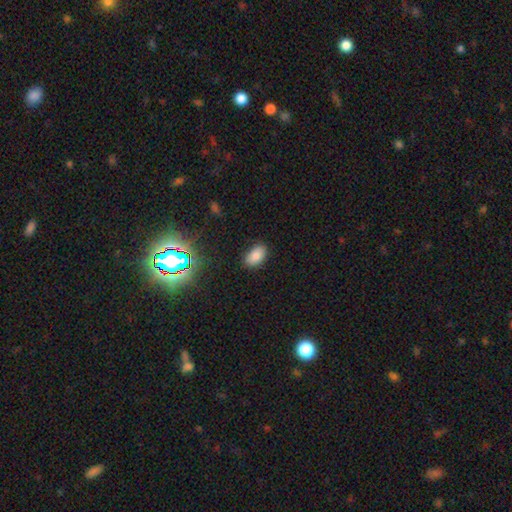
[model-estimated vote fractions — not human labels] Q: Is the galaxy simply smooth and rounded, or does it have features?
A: smooth — 80%.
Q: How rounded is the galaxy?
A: in between — 92%.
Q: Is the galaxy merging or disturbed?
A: none — 84%.